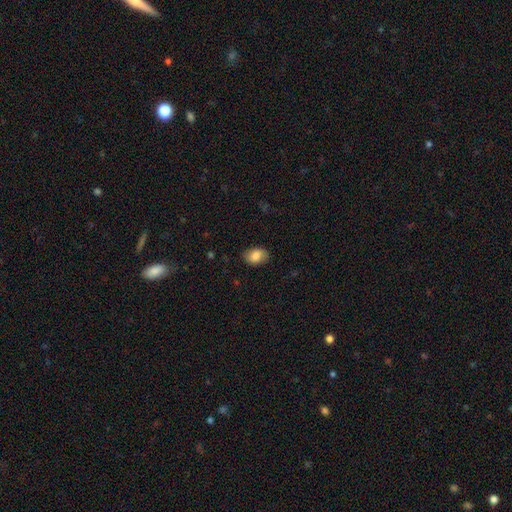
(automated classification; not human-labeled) smooth_or_featured: smooth (p=0.83) [alt: featured or disk p=0.09]
how_rounded: in between (p=0.83) [alt: round p=0.16]
merging: none (p=0.84) [alt: minor disturbance p=0.12]